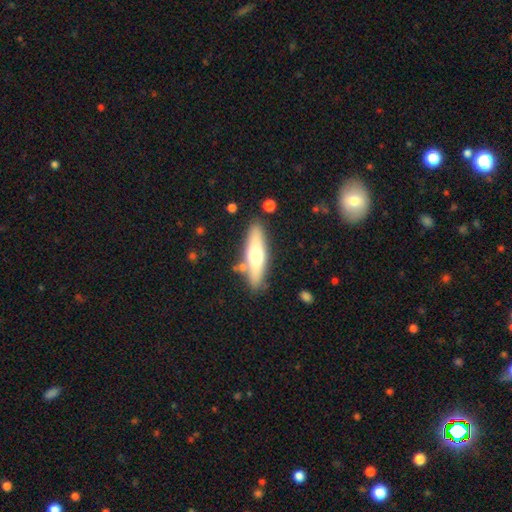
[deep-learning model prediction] Smooth or featured: smooth — 52% (featured or disk — 42%)
How rounded: cigar-shaped — 65% (in between — 33%)
Merging: none — 82% (minor disturbance — 11%)